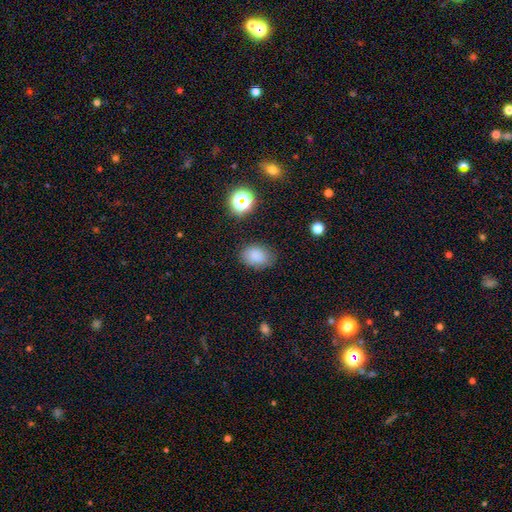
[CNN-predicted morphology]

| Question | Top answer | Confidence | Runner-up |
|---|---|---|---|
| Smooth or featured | smooth | 82% | star or artifact (12%) |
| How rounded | in between | 79% | round (20%) |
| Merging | none | 80% | minor disturbance (15%) |